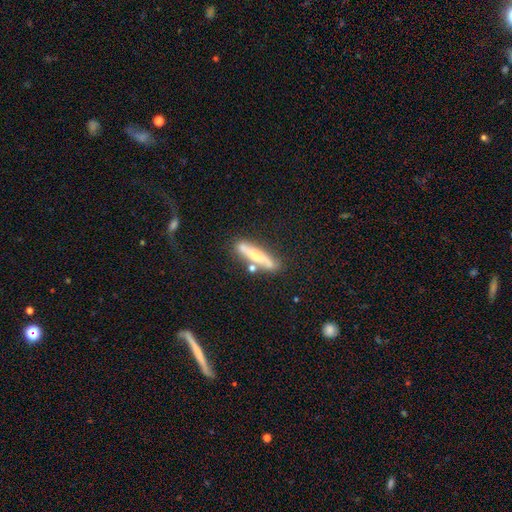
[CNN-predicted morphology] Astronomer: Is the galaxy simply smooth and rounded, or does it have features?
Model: featured or disk — 51% (runner-up: smooth, 42%).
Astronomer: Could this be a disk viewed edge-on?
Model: yes — 77%.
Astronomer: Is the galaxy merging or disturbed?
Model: none — 72%.